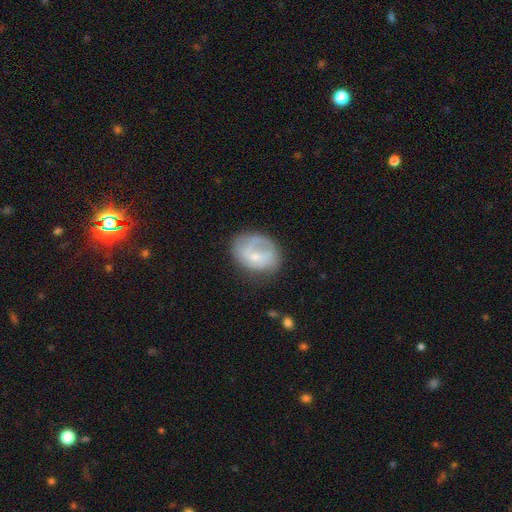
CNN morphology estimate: smooth-or-featured: featured or disk: 47% | smooth: 45% | star or artifact: 8%
  merging: none: 49% | minor disturbance: 28% | major disturbance: 21% | merger: 2%